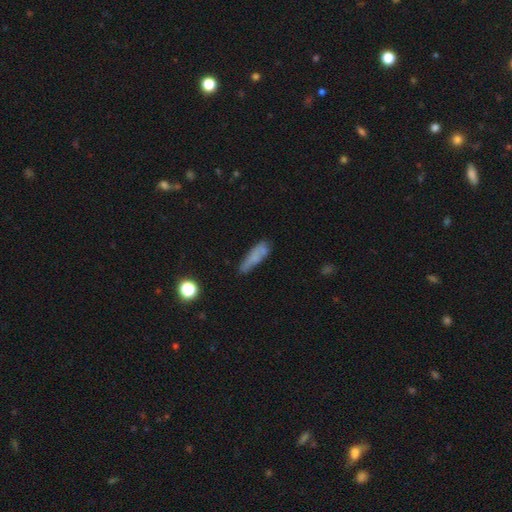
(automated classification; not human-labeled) This is likely a smooth galaxy (68%). How rounded: likely cigar-shaped (67%). Merging: likely none (62%).